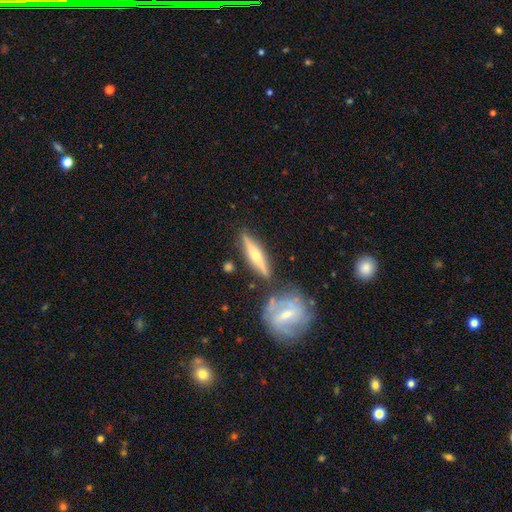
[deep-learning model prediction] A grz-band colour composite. It shows a featured or disk galaxy (66%) viewed edge-on (94%) with a rounded central bulge (84%). Merging: none (79%).